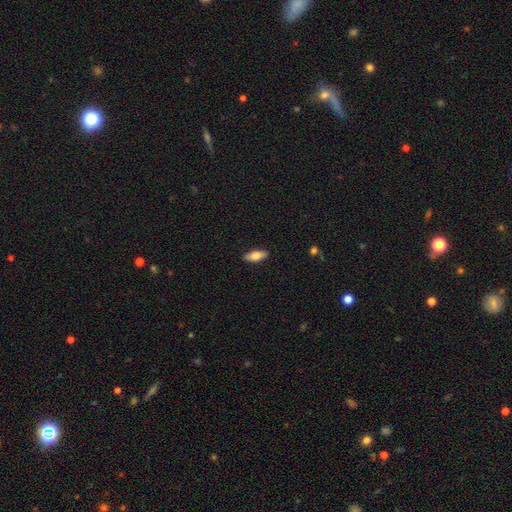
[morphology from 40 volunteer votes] This appears to be a smooth galaxy with no disk features (55%) that is in between round and cigar-shaped (77%). Merging: none (84%).